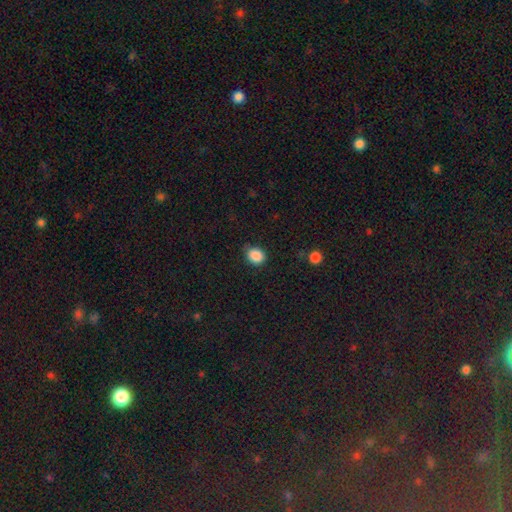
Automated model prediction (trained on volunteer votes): Q: Smooth or featured?
A: smooth (87%); runner-up: star or artifact (9%)
Q: How rounded?
A: round (65%); runner-up: in between (34%)
Q: Merging?
A: none (79%); runner-up: minor disturbance (16%)